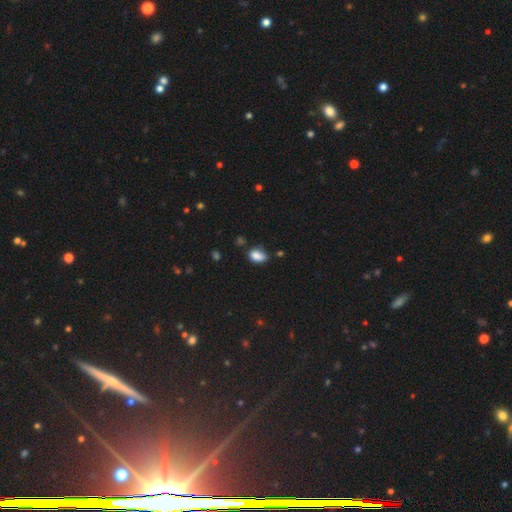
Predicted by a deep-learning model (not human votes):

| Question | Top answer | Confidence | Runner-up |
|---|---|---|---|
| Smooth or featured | smooth | 84% | star or artifact (9%) |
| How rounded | in between | 84% | round (14%) |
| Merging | none | 54% | minor disturbance (34%) |